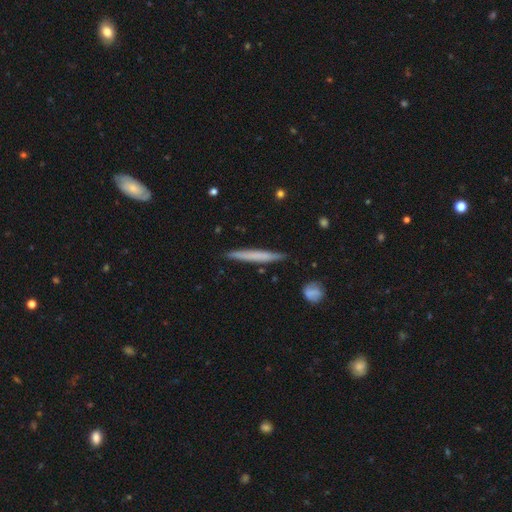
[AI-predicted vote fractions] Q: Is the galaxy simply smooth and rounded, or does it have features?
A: smooth — 61%.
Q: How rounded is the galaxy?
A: cigar-shaped — 96%.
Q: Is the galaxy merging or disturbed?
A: none — 88%.